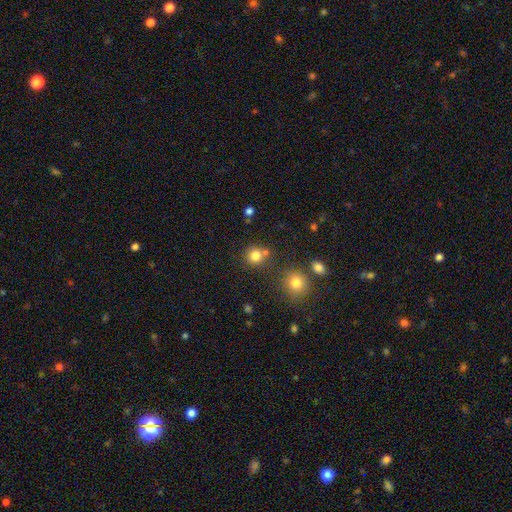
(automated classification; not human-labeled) Smooth or featured: smooth — 80% (star or artifact — 13%)
How rounded: round — 89% (in between — 10%)
Merging: none — 70% (merger — 17%)